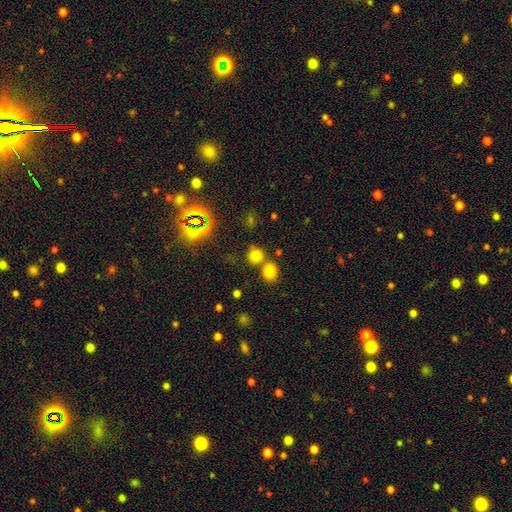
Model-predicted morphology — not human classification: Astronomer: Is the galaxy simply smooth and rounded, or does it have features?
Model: smooth — 73%.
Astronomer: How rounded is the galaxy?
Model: round — 80%.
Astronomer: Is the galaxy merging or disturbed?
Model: none — 62%.